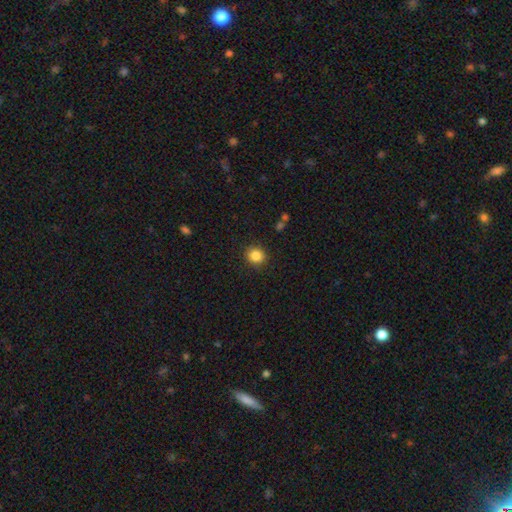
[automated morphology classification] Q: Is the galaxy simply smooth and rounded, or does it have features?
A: smooth — 85%.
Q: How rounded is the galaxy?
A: round — 86%.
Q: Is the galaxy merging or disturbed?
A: none — 90%.